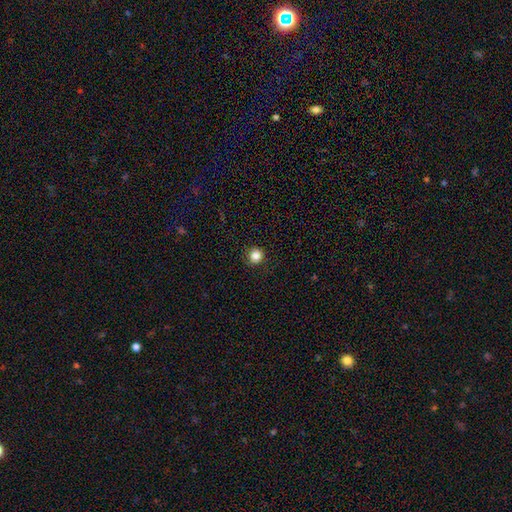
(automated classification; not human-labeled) smooth-or-featured: smooth: 85% | star or artifact: 11% | featured or disk: 4%
  how-rounded: round: 94% | in between: 5% | cigar-shaped: 1%
  merging: none: 91% | minor disturbance: 6% | major disturbance: 2% | merger: 1%